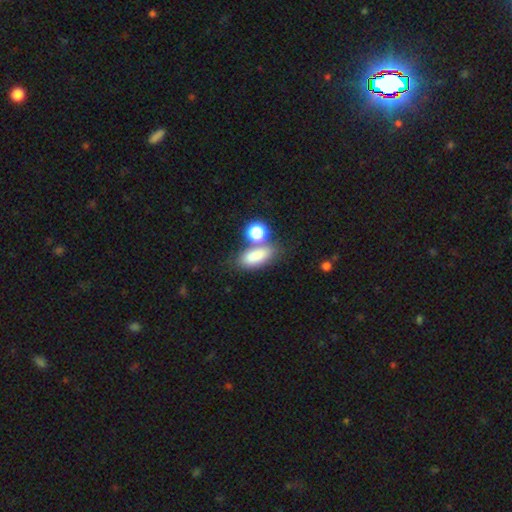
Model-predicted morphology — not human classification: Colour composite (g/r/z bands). It shows a smooth galaxy with no disk features (81%) that is in between round and cigar-shaped (76%). Merging: none (58%).